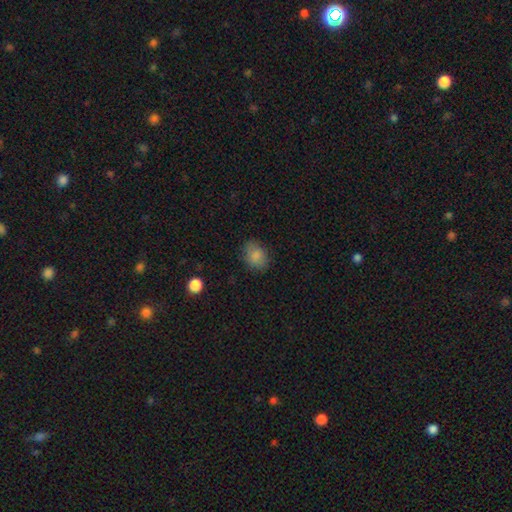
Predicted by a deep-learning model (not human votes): A smooth galaxy with no disk features (84%) that is in between round and cigar-shaped (62%). Merging: none (77%).